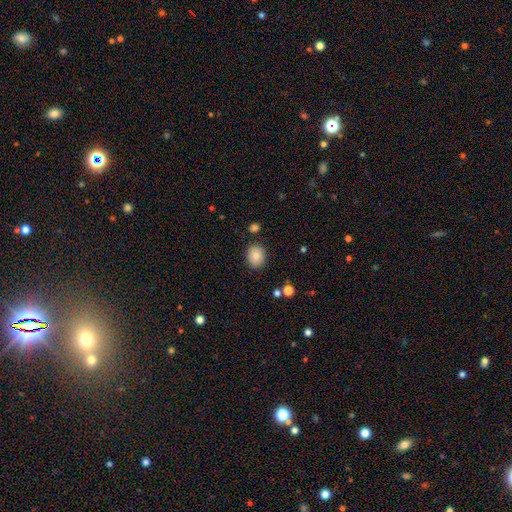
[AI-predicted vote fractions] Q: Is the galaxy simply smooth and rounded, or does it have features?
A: smooth — 85%.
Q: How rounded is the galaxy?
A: round — 52%.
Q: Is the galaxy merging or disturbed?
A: none — 84%.